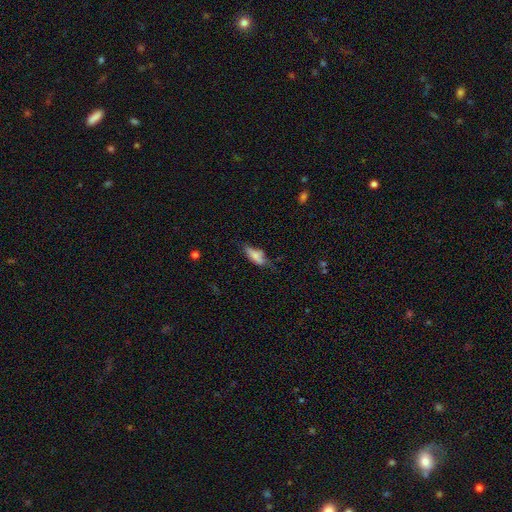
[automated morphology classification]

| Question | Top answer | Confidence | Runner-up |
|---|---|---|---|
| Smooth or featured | smooth | 69% | featured or disk (23%) |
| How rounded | in between | 69% | cigar-shaped (29%) |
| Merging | none | 47% | minor disturbance (33%) |